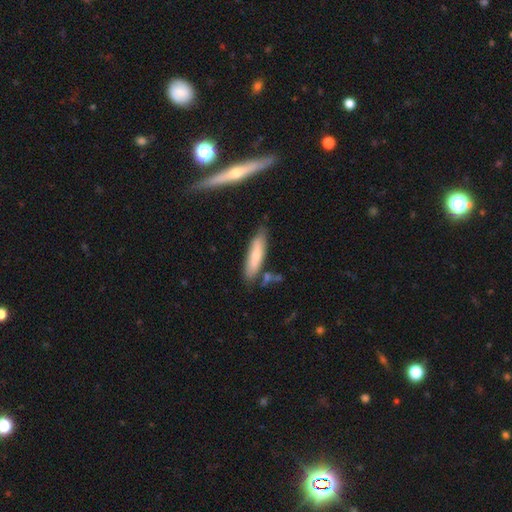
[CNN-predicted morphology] This appears to be a smooth galaxy with no disk features (70%) that is cigar-shaped (72%). Merging: none (72%).